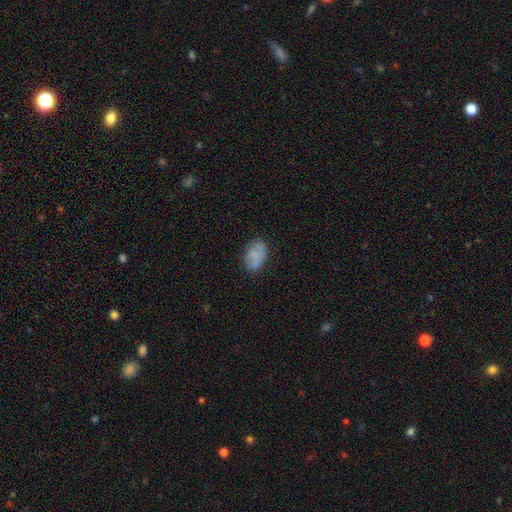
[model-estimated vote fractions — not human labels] The model was most divided on "merging": none: 70%, minor disturbance: 22%, major disturbance: 6%, merger: 2%. More confident: how rounded — in between (89%); smooth or featured — smooth (74%).